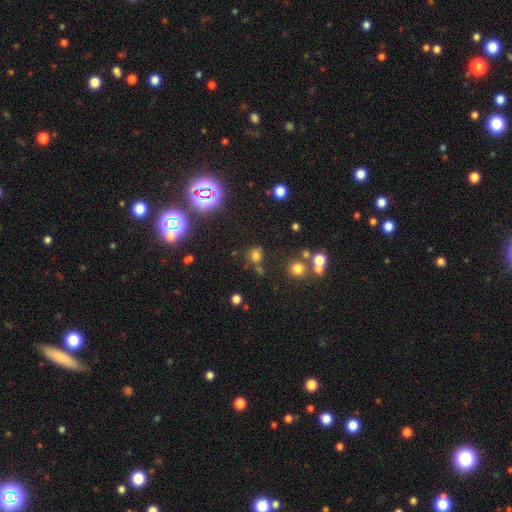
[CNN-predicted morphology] smooth 64%, star or artifact 28%, featured or disk 8%. Down the decision tree: how rounded — round (73%); merging — none (65%).